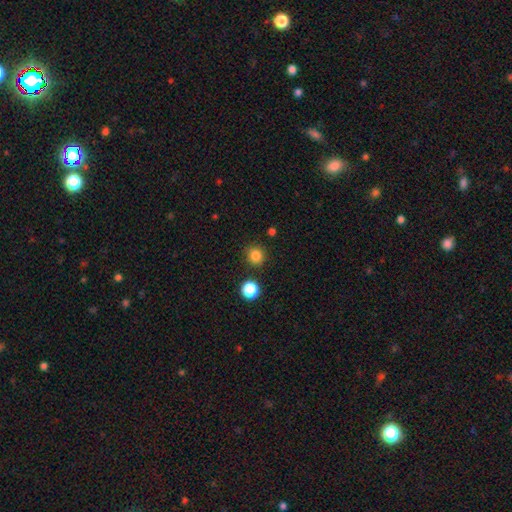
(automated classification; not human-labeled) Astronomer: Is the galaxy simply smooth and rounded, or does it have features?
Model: smooth — 83%.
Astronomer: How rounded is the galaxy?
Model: round — 91%.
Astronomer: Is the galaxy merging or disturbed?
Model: none — 87%.